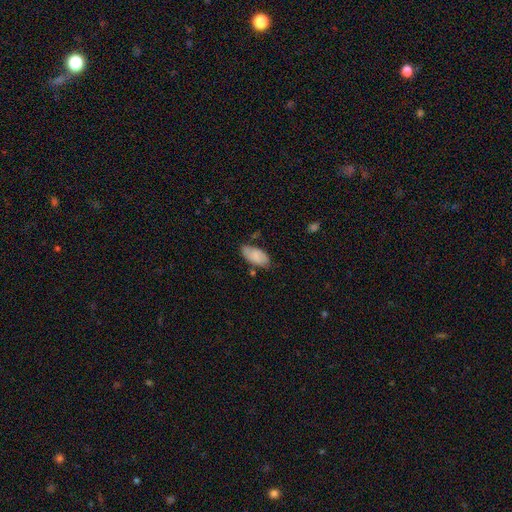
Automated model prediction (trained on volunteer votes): Smooth or featured? Predicted: smooth (p=0.82). How rounded? Predicted: in between (p=0.93). Merging? Predicted: none (p=0.64).